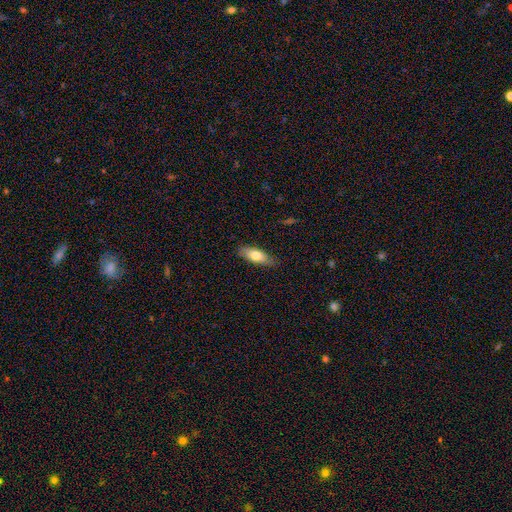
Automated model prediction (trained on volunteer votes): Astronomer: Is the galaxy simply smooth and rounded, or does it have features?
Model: smooth — 71%.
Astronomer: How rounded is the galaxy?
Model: in between — 72%.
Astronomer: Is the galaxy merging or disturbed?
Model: none — 81%.